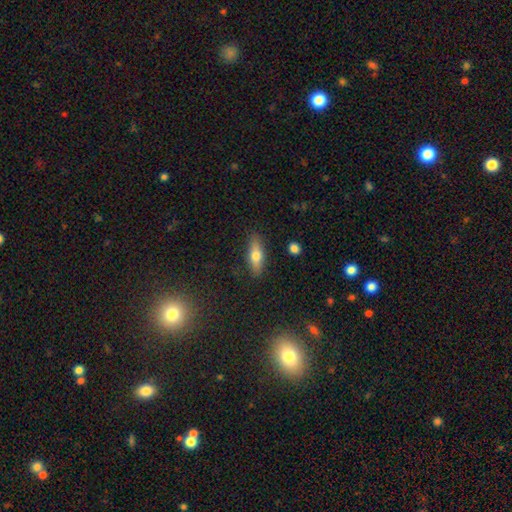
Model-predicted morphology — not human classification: This is likely a smooth galaxy (62%). How rounded: possibly in between (51%). Merging: clearly none (87%).